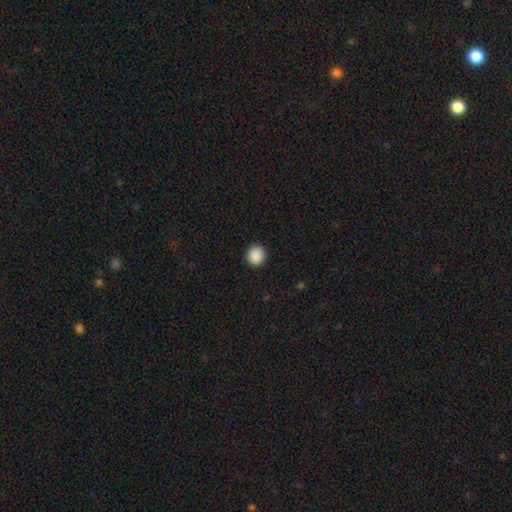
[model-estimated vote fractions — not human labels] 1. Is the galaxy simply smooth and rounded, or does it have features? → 89% smooth, 8% star or artifact, 3% featured or disk.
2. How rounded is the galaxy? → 83% round, 16% in between, 1% cigar-shaped.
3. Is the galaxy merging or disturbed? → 91% none, 6% minor disturbance, 2% major disturbance, 1% merger.